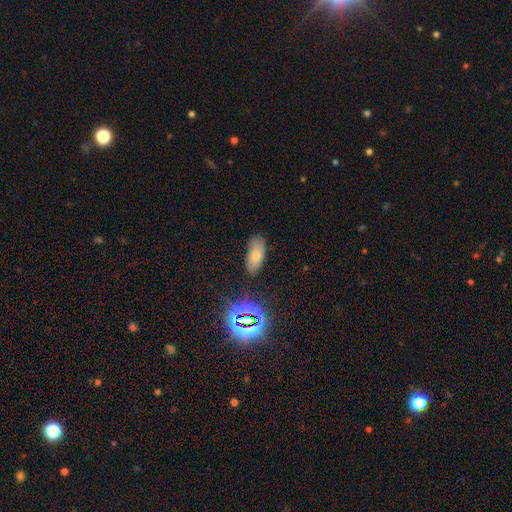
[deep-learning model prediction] smooth_or_featured: smooth (p=0.55) [alt: star or artifact p=0.28]
how_rounded: in between (p=0.82) [alt: cigar-shaped p=0.12]
merging: none (p=0.80) [alt: minor disturbance p=0.14]